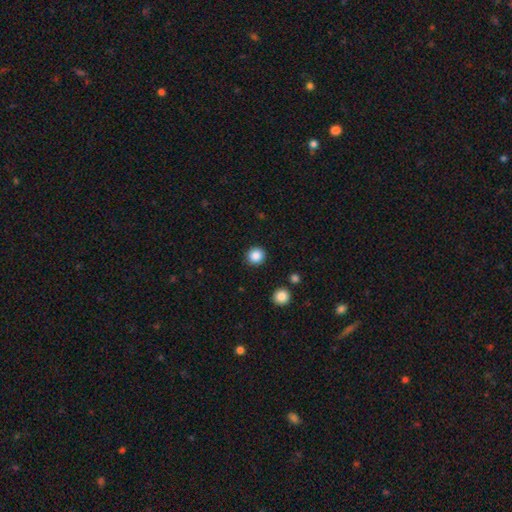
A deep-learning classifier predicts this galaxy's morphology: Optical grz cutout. It shows a smooth galaxy with no disk features (87%) that is round (92%). Merging: none (90%).